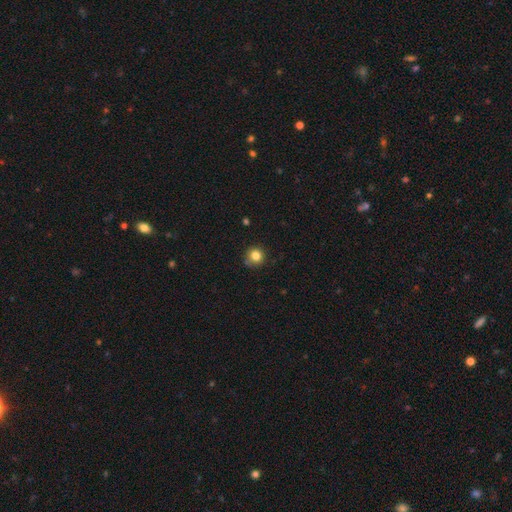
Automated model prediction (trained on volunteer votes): This appears to be a smooth galaxy with no disk features (83%) that is round (92%). Merging: none (83%).